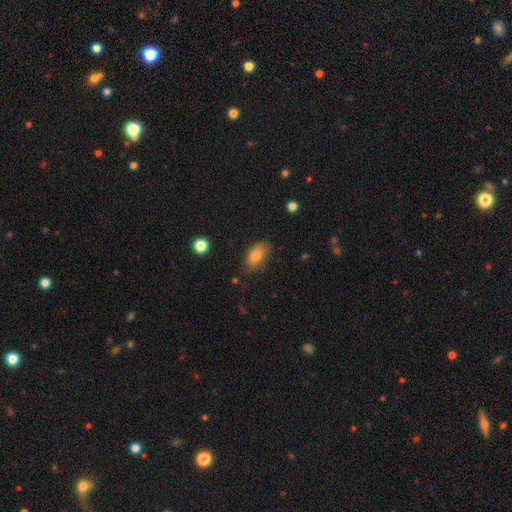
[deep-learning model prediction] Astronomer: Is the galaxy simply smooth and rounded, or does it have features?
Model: smooth — 80%.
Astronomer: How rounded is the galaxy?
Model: in between — 90%.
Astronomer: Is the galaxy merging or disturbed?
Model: none — 74%.